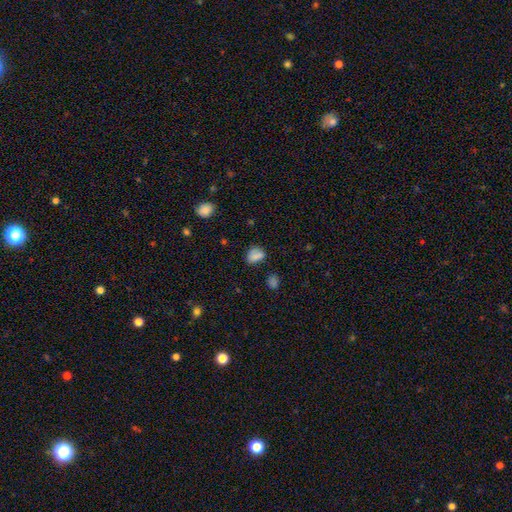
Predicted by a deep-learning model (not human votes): Q: Smooth or featured?
A: smooth (79%); runner-up: star or artifact (13%)
Q: How rounded?
A: in between (57%); runner-up: round (41%)
Q: Merging?
A: none (69%); runner-up: minor disturbance (20%)